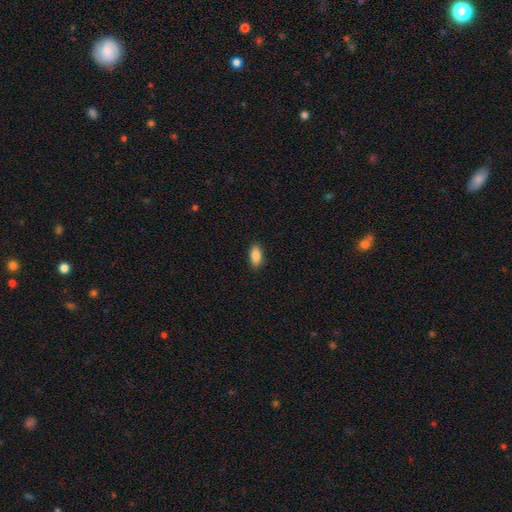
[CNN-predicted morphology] Smooth or featured? Predicted: smooth (p=0.88). How rounded? Predicted: in between (p=0.91). Merging? Predicted: none (p=0.88).